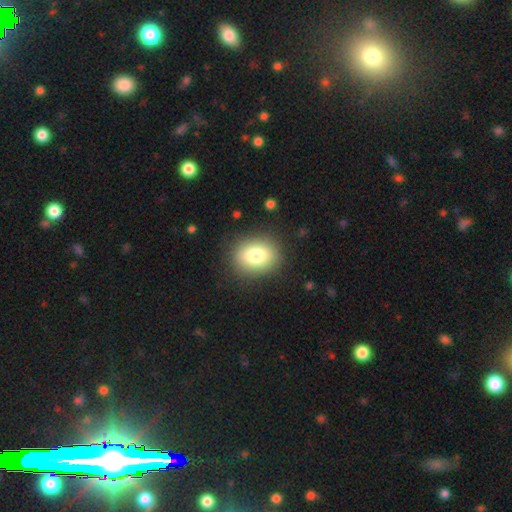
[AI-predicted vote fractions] Smooth or featured: smooth — 80% (featured or disk — 11%)
How rounded: in between — 53% (round — 46%)
Merging: none — 86% (minor disturbance — 9%)